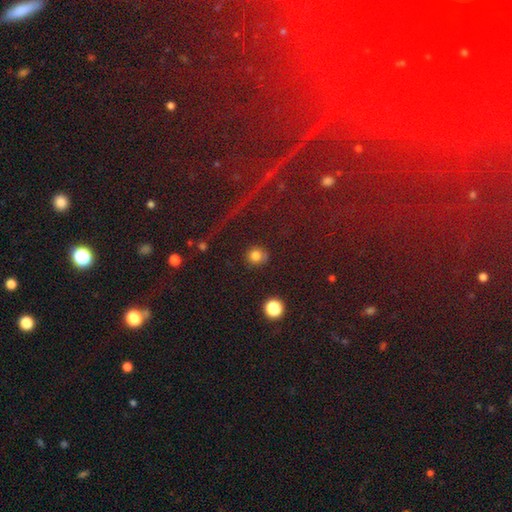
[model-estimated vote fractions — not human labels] smooth 79%, star or artifact 14%, featured or disk 7%. Down the decision tree: how rounded — round (90%); merging — none (83%).